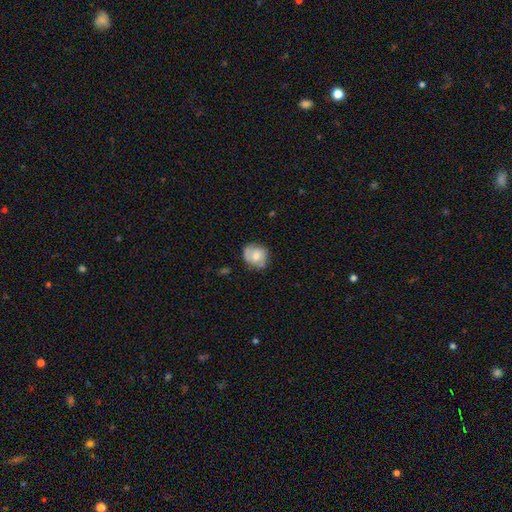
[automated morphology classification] A smooth galaxy with no disk features (60%) that is round (70%).

Vote fractions:
- Smooth or featured? smooth: 60% / featured or disk: 33% / star or artifact: 8%
- How rounded? round: 70% / in between: 29% / cigar-shaped: 1%
- Merging? none: 67% / minor disturbance: 25% / major disturbance: 6% / merger: 2%